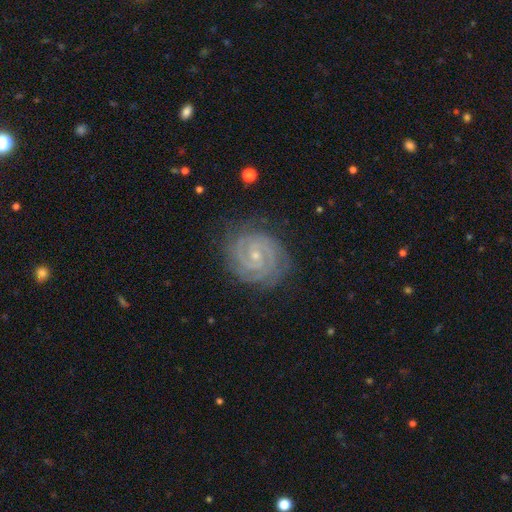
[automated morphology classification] featured or disk 91%, star or artifact 5%, smooth 4%. Down the decision tree: edge-on disk — no (98%); bar — no (53%); spiral arms — yes (99%); spiral arm count — 2 (53%); spiral winding — tight (81%); bulge size — small (79%); merging — none (81%).